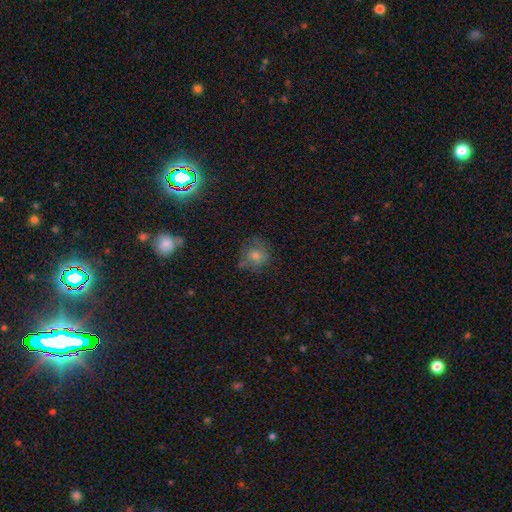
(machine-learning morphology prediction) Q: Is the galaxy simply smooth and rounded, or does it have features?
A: smooth — 52%.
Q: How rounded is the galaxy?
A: round — 85%.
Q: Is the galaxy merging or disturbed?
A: none — 70%.